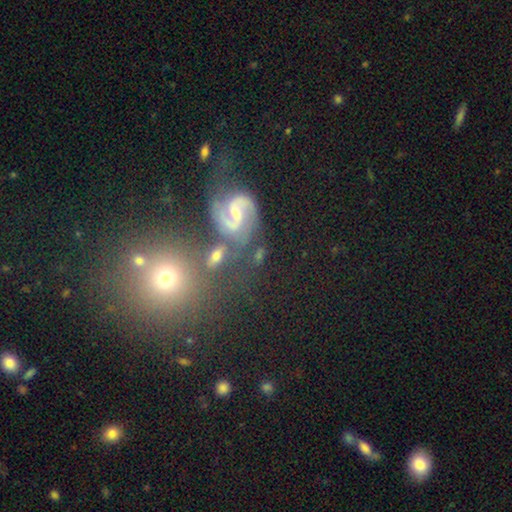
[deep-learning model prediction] A featured or disk galaxy (64%) with a weak bar (50%), 2 (92%) medium (53%) spiral arms (93%) and a small central bulge (49%). Merging: none (60%).